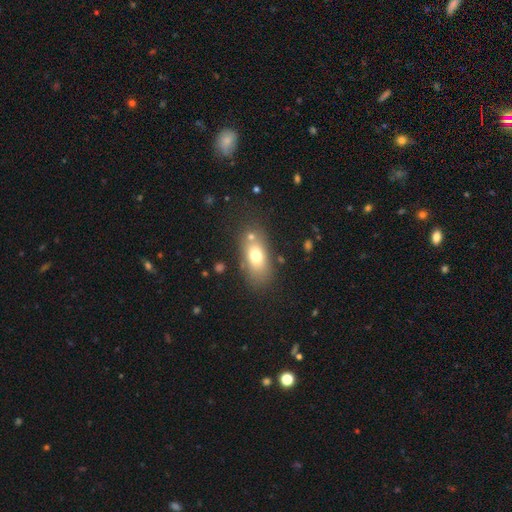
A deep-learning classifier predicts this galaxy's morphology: smooth_or_featured: smooth (p=0.71) [alt: featured or disk p=0.19]
how_rounded: in between (p=0.82) [alt: round p=0.12]
merging: none (p=0.67) [alt: merger p=0.14]